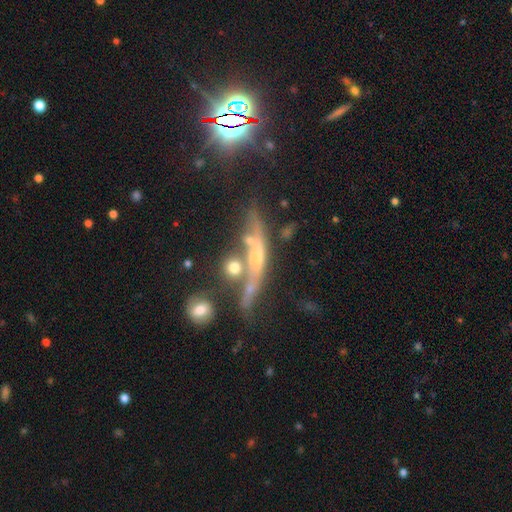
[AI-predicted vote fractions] Smooth or featured? Predicted: featured or disk (p=0.62). Edge-on disk? Predicted: yes (p=0.82). Edge-on bulge? Predicted: rounded (p=0.43). Merging? Predicted: none (p=0.54).